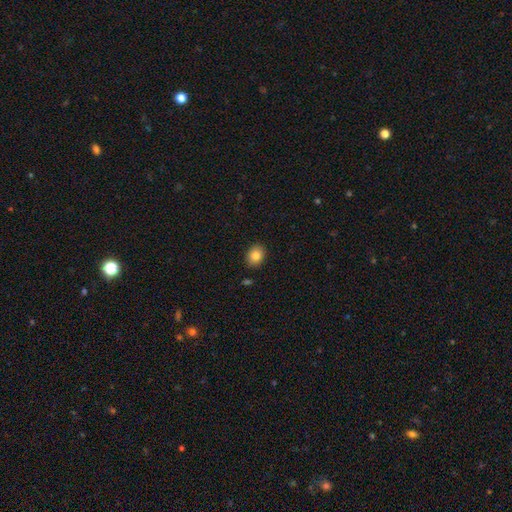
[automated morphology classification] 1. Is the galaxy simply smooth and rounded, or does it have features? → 84% smooth, 9% star or artifact, 8% featured or disk.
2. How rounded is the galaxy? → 58% in between, 41% round, 1% cigar-shaped.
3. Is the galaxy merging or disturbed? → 89% none, 8% minor disturbance, 2% major disturbance, 2% merger.